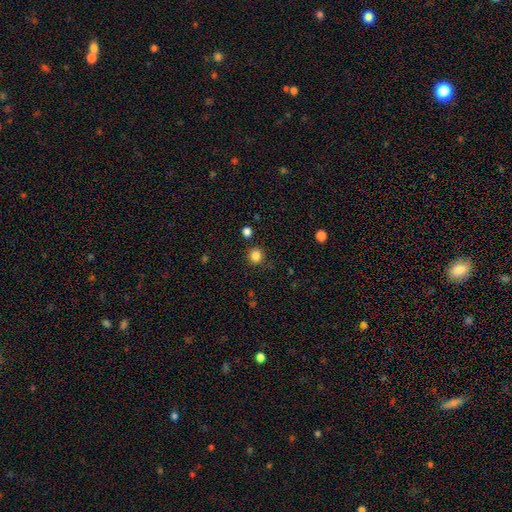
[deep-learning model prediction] Smooth or featured?
  - smooth: 84% *
  - star or artifact: 12%
  - featured or disk: 4%
How rounded?
  - round: 88% *
  - in between: 11%
  - cigar-shaped: 1%
Merging?
  - none: 84% *
  - minor disturbance: 10%
  - merger: 3%
  - major disturbance: 3%